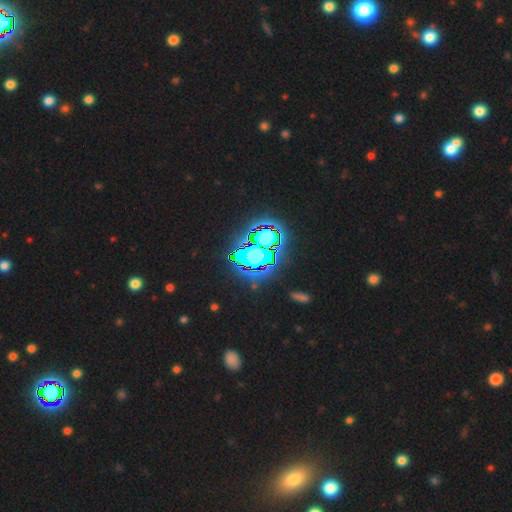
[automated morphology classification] The model was most divided on "smooth or featured": star or artifact: 67%, featured or disk: 18%, smooth: 15%.